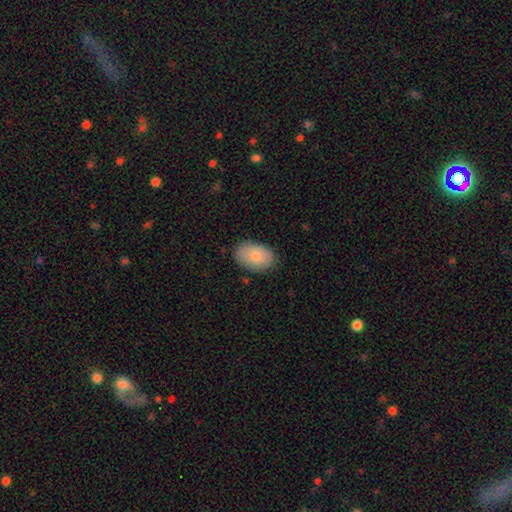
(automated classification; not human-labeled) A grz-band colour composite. It shows a smooth galaxy with no disk features (81%) that is in between round and cigar-shaped (87%). Merging: none (84%).